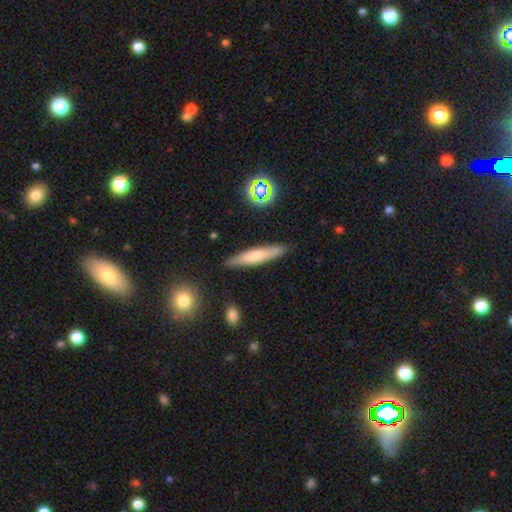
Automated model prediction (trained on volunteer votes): This is likely a smooth galaxy (63%). How rounded: clearly cigar-shaped (85%). Merging: clearly none (86%).